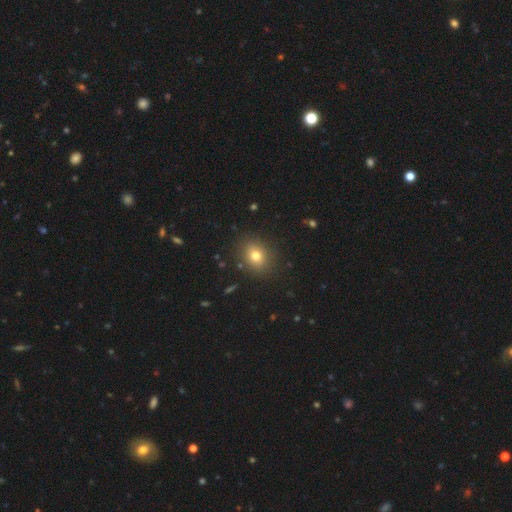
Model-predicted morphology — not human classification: type=smooth (76%); roundness=round (57%); merging=none (87%).